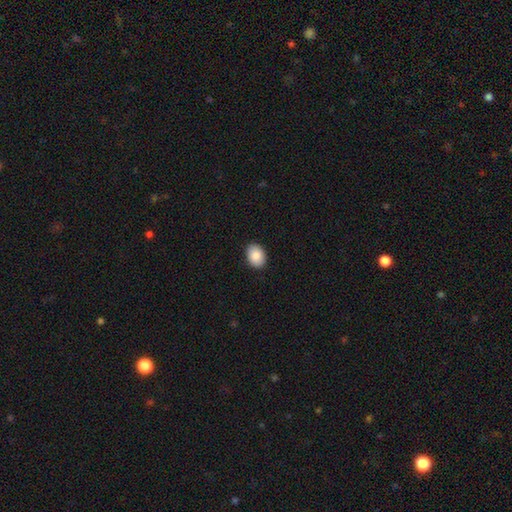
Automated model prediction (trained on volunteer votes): Morphology: type=smooth (88%); roundness=in between (74%); merging=none (90%).